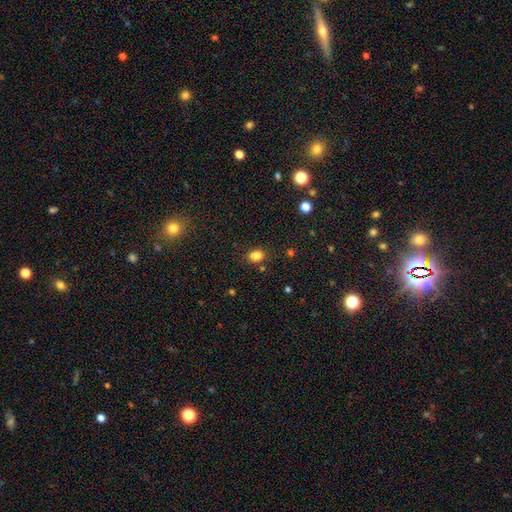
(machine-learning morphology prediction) Smooth or featured?
  - smooth: 82% *
  - star or artifact: 13%
  - featured or disk: 5%
How rounded?
  - in between: 66% *
  - round: 33%
  - cigar-shaped: 1%
Merging?
  - none: 77% *
  - minor disturbance: 13%
  - merger: 7%
  - major disturbance: 4%